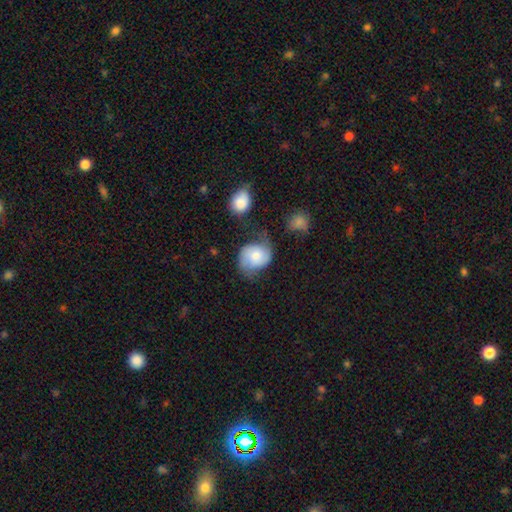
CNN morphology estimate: This is possibly a featured or disk galaxy (53%). It is clearly not viewed edge-on (97%). Bar: likely no (72%). Spiral arm pattern: clearly yes (85%). Central bulge: possibly moderate (55%). Merging: possibly none (49%).